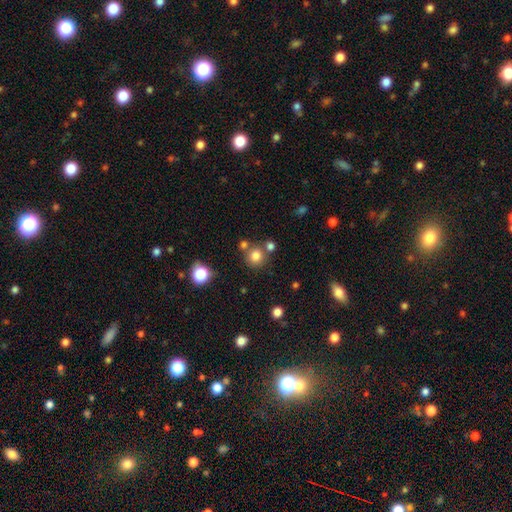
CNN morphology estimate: This is likely a smooth galaxy (80%). How rounded: clearly round (90%). Merging: likely none (73%).